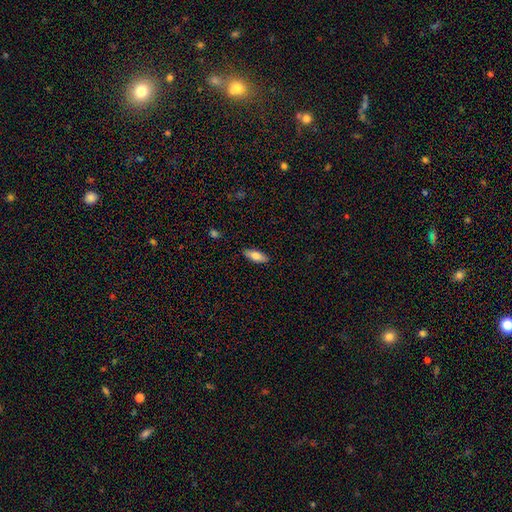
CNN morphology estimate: Q: Smooth or featured?
A: smooth (77%); runner-up: featured or disk (17%)
Q: How rounded?
A: in between (75%); runner-up: cigar-shaped (23%)
Q: Merging?
A: none (88%); runner-up: minor disturbance (9%)